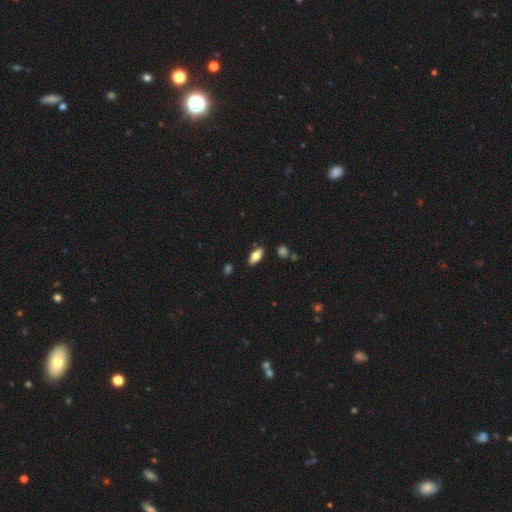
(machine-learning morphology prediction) smooth 72%, featured or disk 20%, star or artifact 7%. Down the decision tree: how rounded — in between (82%); merging — none (86%).